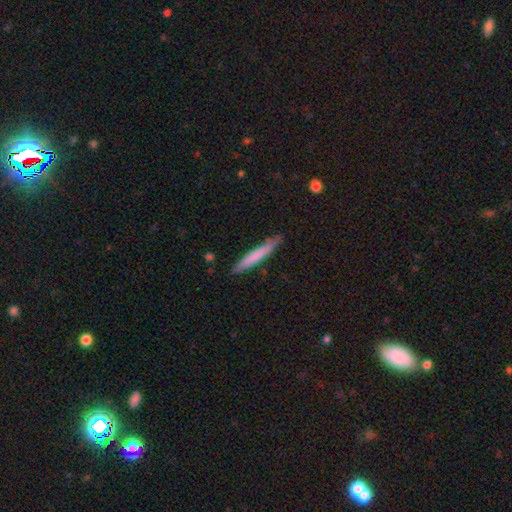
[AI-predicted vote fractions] smooth_or_featured: smooth (p=0.70) [alt: featured or disk p=0.25]
how_rounded: cigar-shaped (p=0.96) [alt: in between p=0.03]
merging: none (p=0.85) [alt: minor disturbance p=0.12]